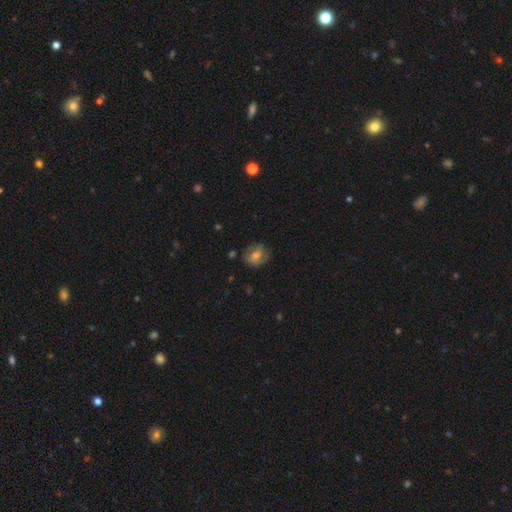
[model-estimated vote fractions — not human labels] featured or disk 46%, smooth 44%, star or artifact 10%. Down the decision tree: merging — none (72%).